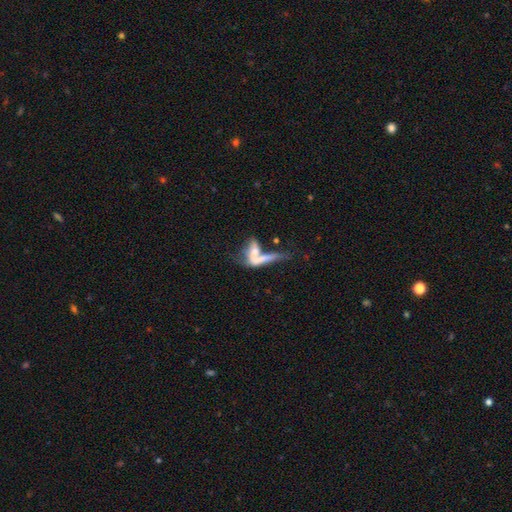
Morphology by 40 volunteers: smooth-or-featured: smooth: 50% | featured or disk: 42% | star or artifact: 8%
  how-rounded: in between: 65% | cigar-shaped: 35% | round: 0%
  merging: merger: 65% | major disturbance: 19% | none: 14% | minor disturbance: 3%